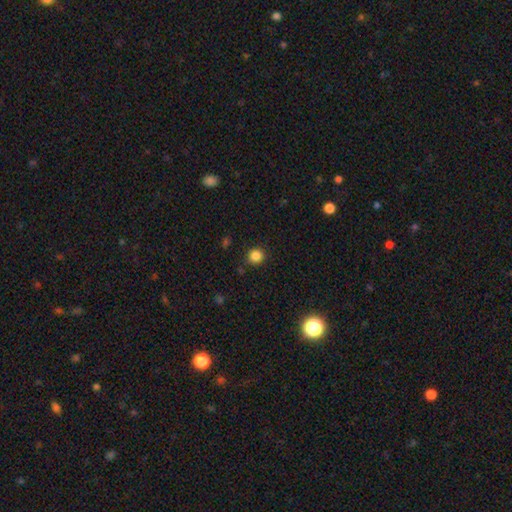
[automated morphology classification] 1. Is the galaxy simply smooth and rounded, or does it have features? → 85% smooth, 12% star or artifact, 3% featured or disk.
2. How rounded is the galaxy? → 92% round, 7% in between, 1% cigar-shaped.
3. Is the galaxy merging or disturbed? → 89% none, 7% minor disturbance, 2% major disturbance, 2% merger.